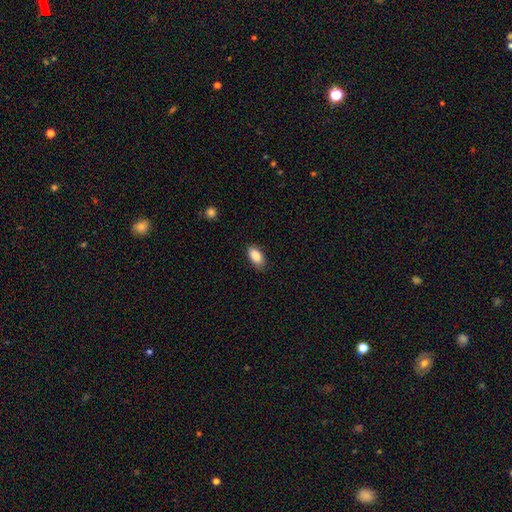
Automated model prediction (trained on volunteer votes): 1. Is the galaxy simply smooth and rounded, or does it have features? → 89% smooth, 7% star or artifact, 4% featured or disk.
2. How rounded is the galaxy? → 93% in between, 4% round, 3% cigar-shaped.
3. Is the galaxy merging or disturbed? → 81% none, 15% minor disturbance, 3% major disturbance, 1% merger.